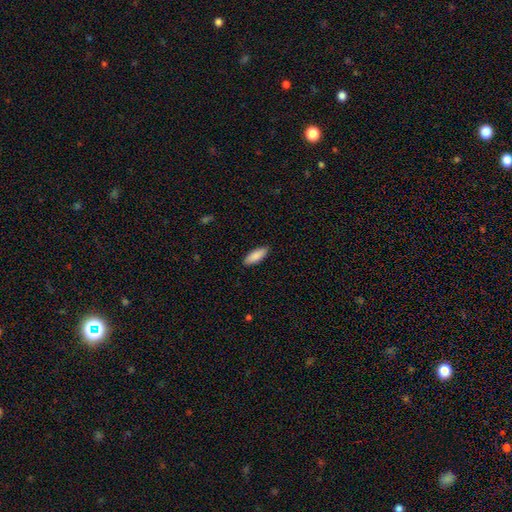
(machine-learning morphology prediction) type=smooth (88%); roundness=in between (67%); merging=none (89%).